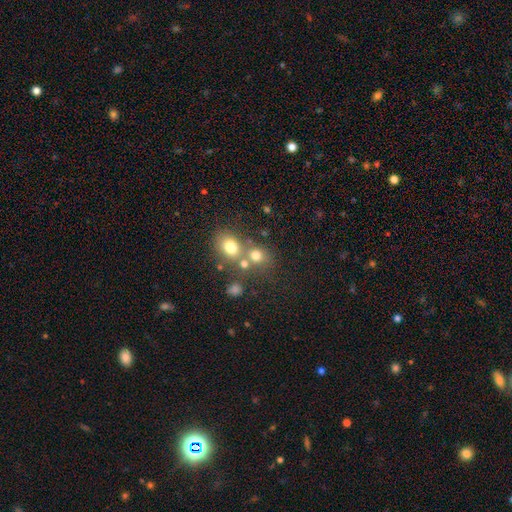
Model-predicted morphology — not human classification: Smooth or featured? smooth (71%)
How rounded? round (70%)
Merging? none (45%)